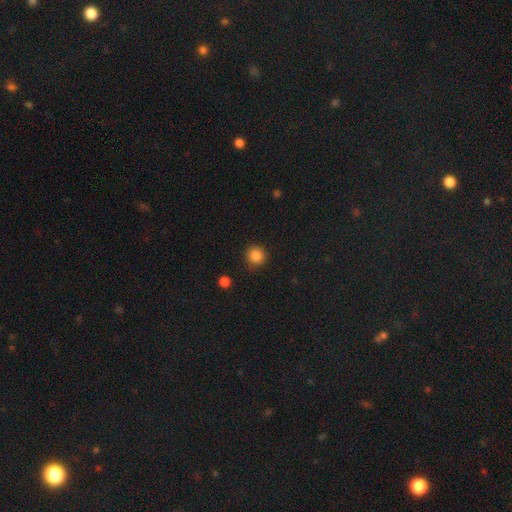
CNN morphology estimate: Overall: smooth (85%). How rounded: round (93%). Merging: none (88%).